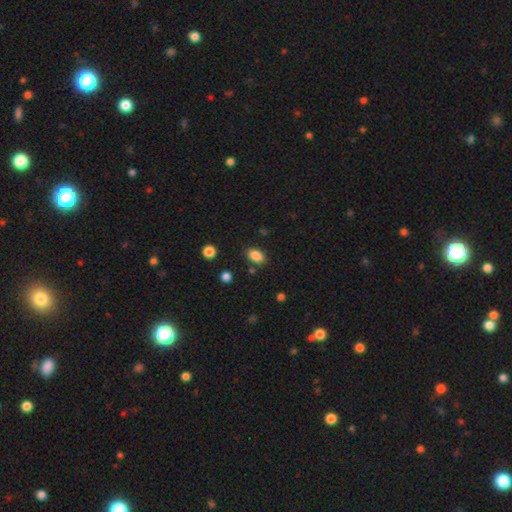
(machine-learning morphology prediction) Overall: smooth (86%). How rounded: in between (85%). Merging: none (83%).